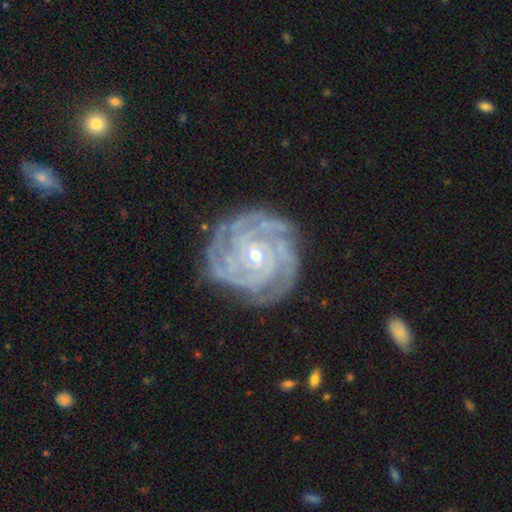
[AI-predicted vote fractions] The model was most divided on "spiral arm count": 4: 32%, 3: 19%, can't tell: 17%, more than 4: 16%, 2: 9%, 1: 7%. More confident: spiral arms — yes (98%); edge-on disk — no (97%); smooth or featured — featured or disk (90%); spiral winding — tight (81%); merging — none (78%); bulge size — small (66%); bar — no (63%).